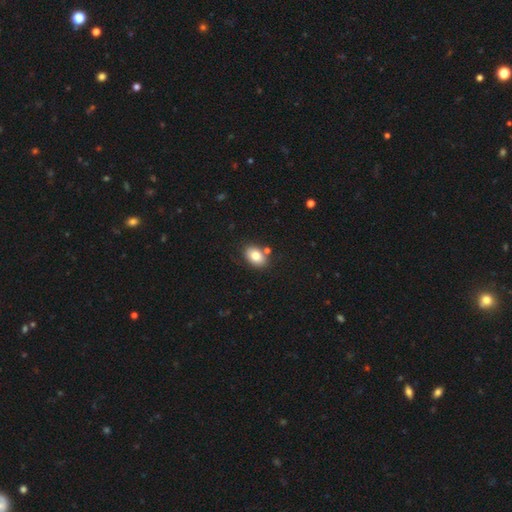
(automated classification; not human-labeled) Overall: smooth (81%). How rounded: in between (84%). Merging: none (76%).